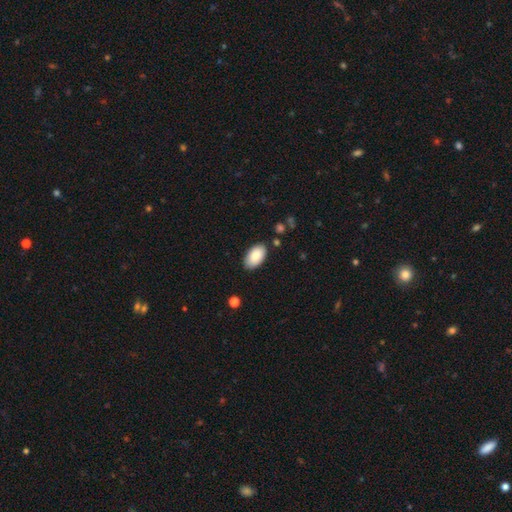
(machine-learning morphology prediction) smooth 83%, featured or disk 10%, star or artifact 6%. Down the decision tree: how rounded — in between (95%); merging — none (84%).